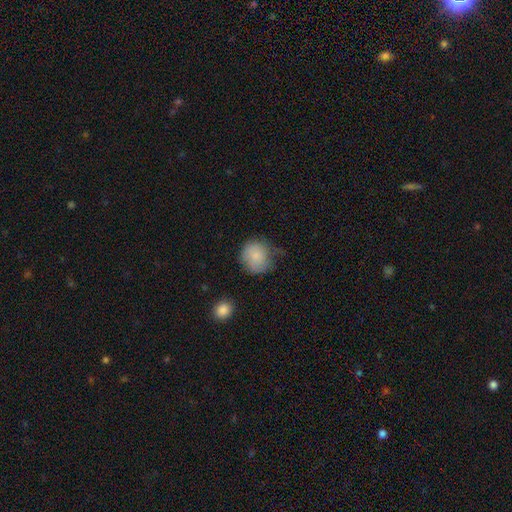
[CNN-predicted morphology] Overall: smooth (82%). How rounded: round (86%). Merging: none (55%; minor disturbance 31%).